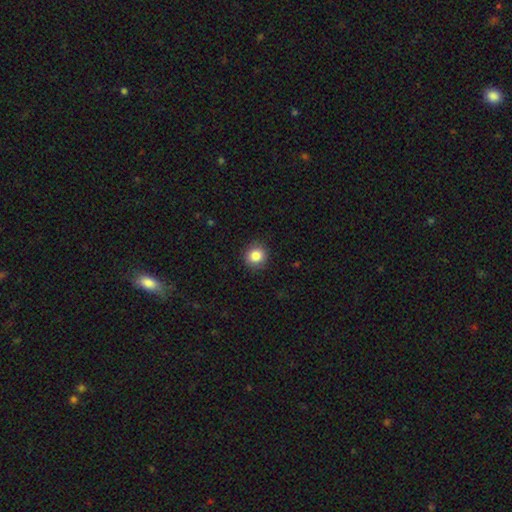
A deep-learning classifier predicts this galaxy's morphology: This appears to be a smooth galaxy with no disk features (85%) that is round (90%). Merging: none (89%).